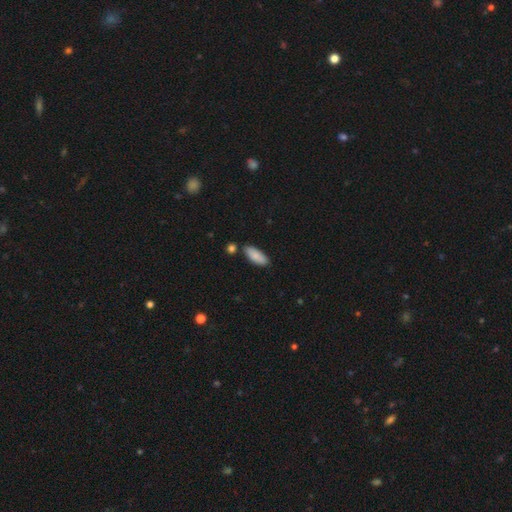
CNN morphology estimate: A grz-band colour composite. It shows a smooth galaxy with no disk features (86%) that is in between round and cigar-shaped (79%). Merging: none (79%).